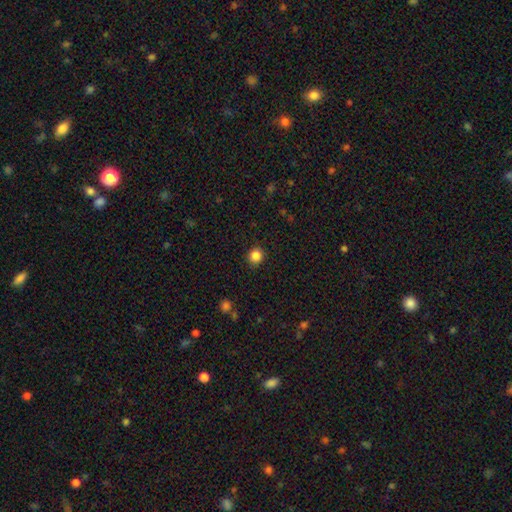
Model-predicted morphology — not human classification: Smooth or featured?
  - smooth: 85% *
  - star or artifact: 11%
  - featured or disk: 4%
How rounded?
  - round: 88% *
  - in between: 11%
  - cigar-shaped: 1%
Merging?
  - none: 90% *
  - minor disturbance: 7%
  - major disturbance: 2%
  - merger: 1%